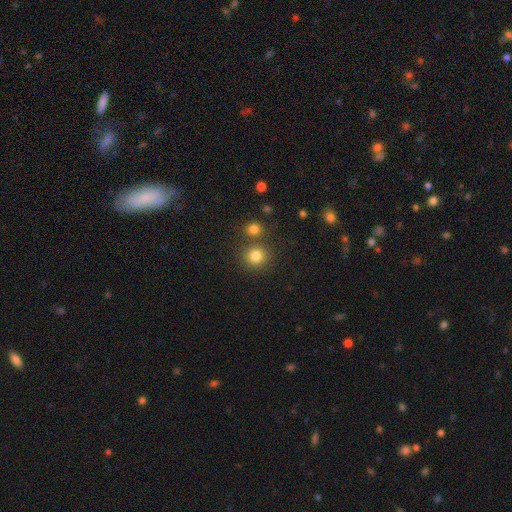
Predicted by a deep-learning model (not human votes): The model was most divided on "merging": none: 76%, merger: 14%, minor disturbance: 7%, major disturbance: 3%. More confident: how rounded — round (91%); smooth or featured — smooth (81%).